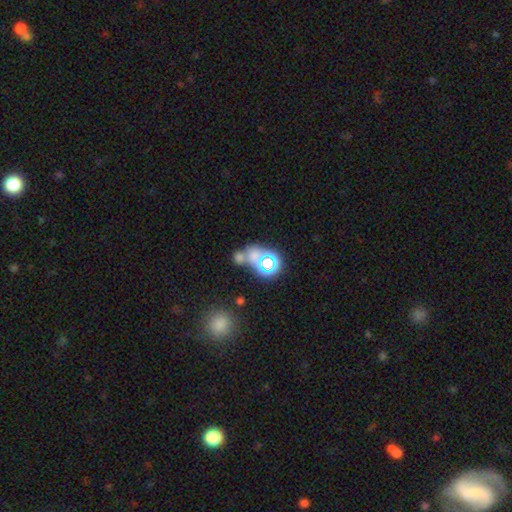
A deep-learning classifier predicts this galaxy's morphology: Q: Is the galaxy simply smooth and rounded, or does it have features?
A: smooth — 46%.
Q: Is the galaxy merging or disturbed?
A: merger — 42%, tied with none.